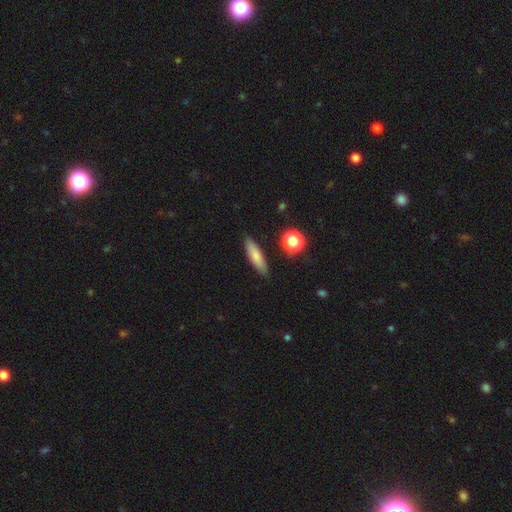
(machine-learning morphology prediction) Smooth or featured? smooth (77%)
How rounded? cigar-shaped (65%)
Merging? none (87%)